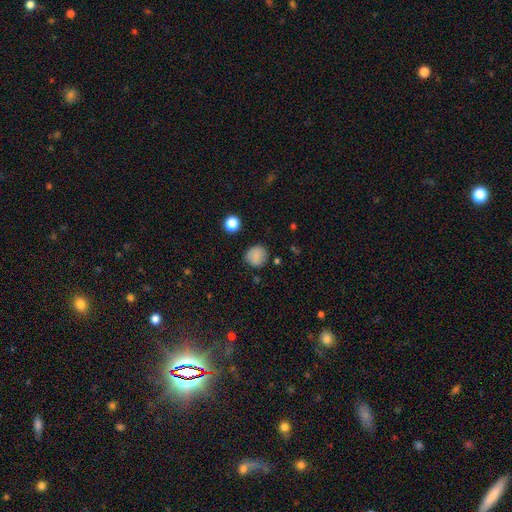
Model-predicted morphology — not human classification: This is clearly a smooth galaxy (83%). How rounded: clearly round (86%). Merging: clearly none (82%).